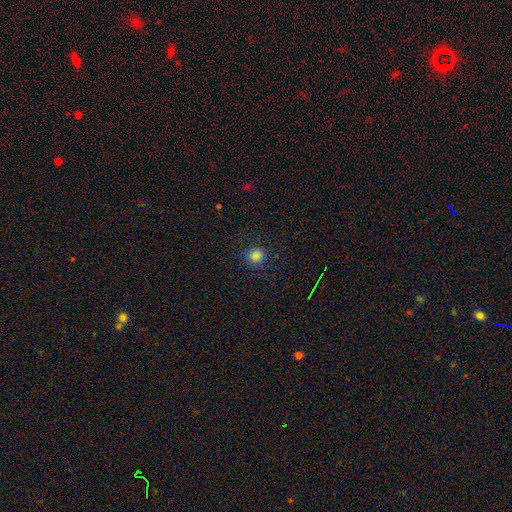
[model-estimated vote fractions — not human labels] A smooth galaxy with no disk features (82%) that is round (90%). Merging: none (86%).